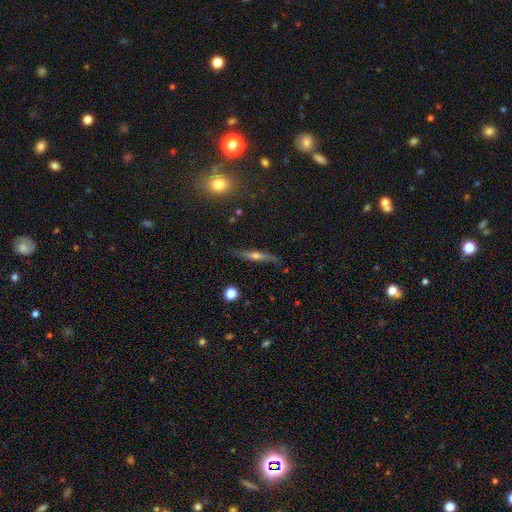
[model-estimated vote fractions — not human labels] This appears to be a featured or disk galaxy (61%) viewed edge-on (91%) with a rounded central bulge (84%). Merging: none (79%).